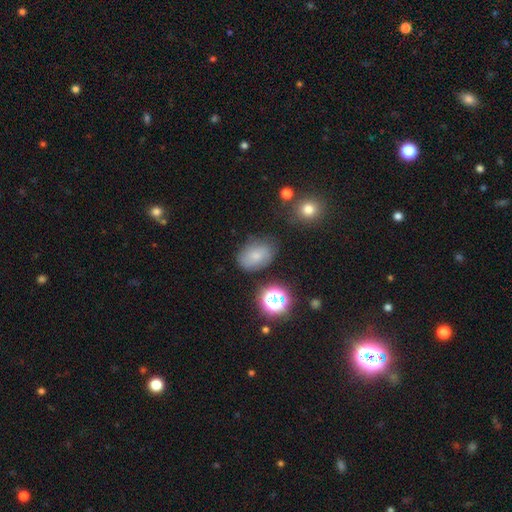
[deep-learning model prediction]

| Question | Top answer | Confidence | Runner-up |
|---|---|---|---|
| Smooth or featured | smooth | 71% | featured or disk (16%) |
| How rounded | in between | 79% | round (20%) |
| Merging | none | 72% | minor disturbance (19%) |